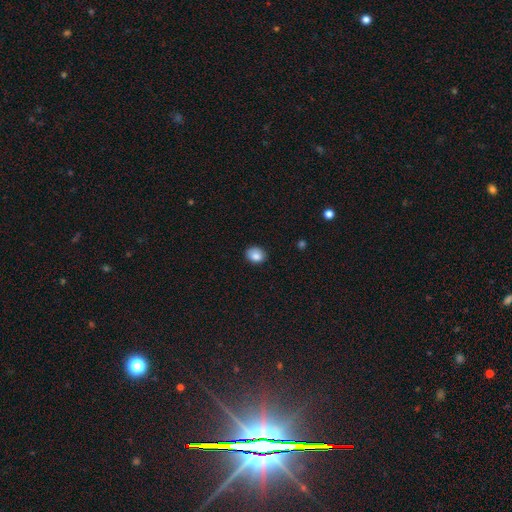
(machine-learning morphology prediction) Smooth or featured?
  - smooth: 86% *
  - star or artifact: 9%
  - featured or disk: 5%
How rounded?
  - round: 50% *
  - in between: 49%
  - cigar-shaped: 1%
Merging?
  - none: 85% *
  - minor disturbance: 12%
  - major disturbance: 2%
  - merger: 1%